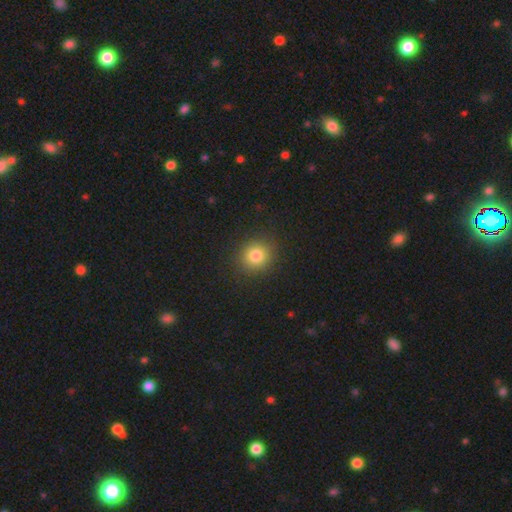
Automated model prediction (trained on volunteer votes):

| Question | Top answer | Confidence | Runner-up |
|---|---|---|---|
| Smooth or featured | smooth | 82% | star or artifact (12%) |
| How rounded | round | 86% | in between (13%) |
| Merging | none | 89% | minor disturbance (7%) |